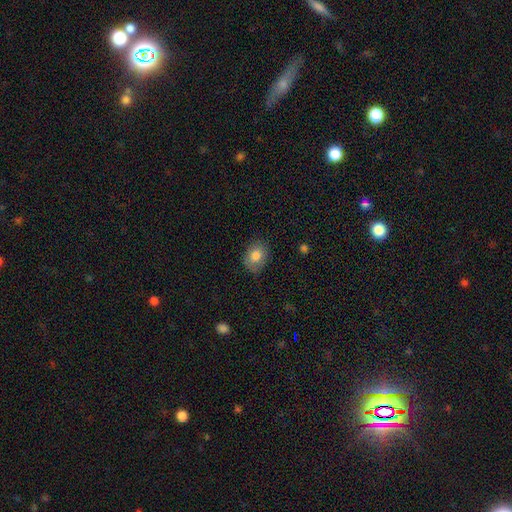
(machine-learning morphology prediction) The model was most divided on "how rounded": in between: 61%, round: 38%, cigar-shaped: 1%. More confident: smooth or featured — smooth (82%); merging — none (77%).